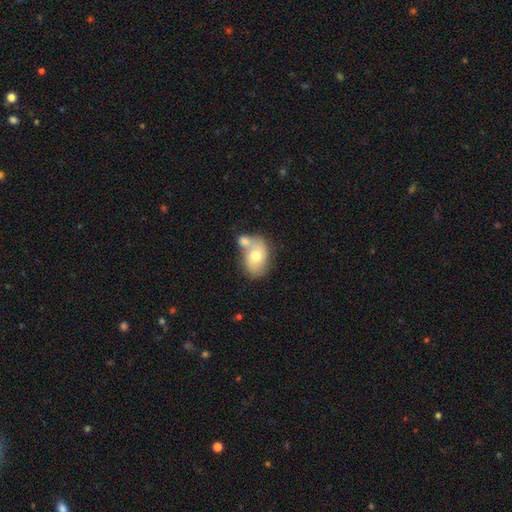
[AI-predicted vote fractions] Smooth or featured: smooth — 62% (featured or disk — 31%)
How rounded: in between — 78% (round — 21%)
Merging: merger — 45% (none — 36%)